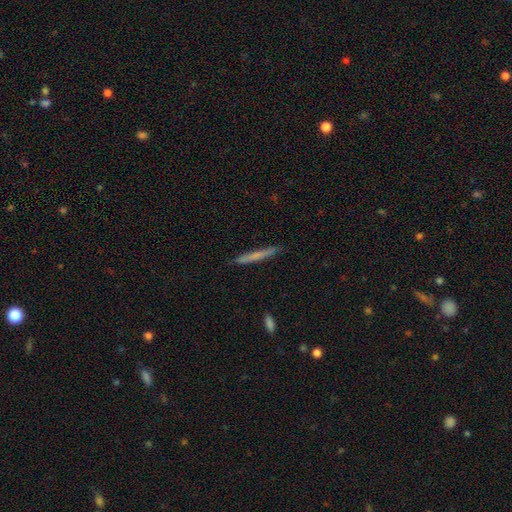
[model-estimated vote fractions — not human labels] This appears to be a smooth galaxy with no disk features (61%) that is cigar-shaped (97%). Merging: none (89%).